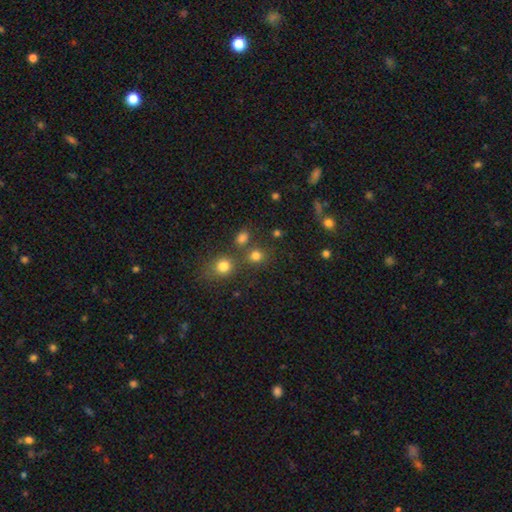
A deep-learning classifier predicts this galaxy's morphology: smooth-or-featured: smooth: 78% | star or artifact: 16% | featured or disk: 6%
  how-rounded: round: 83% | in between: 16% | cigar-shaped: 1%
  merging: none: 70% | merger: 17% | minor disturbance: 9% | major disturbance: 4%